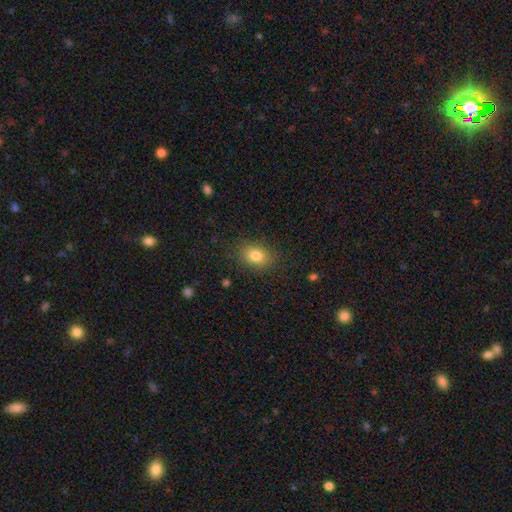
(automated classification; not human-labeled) smooth_or_featured: smooth (p=0.82) [alt: star or artifact p=0.10]
how_rounded: in between (p=0.67) [alt: round p=0.32]
merging: none (p=0.85) [alt: minor disturbance p=0.10]